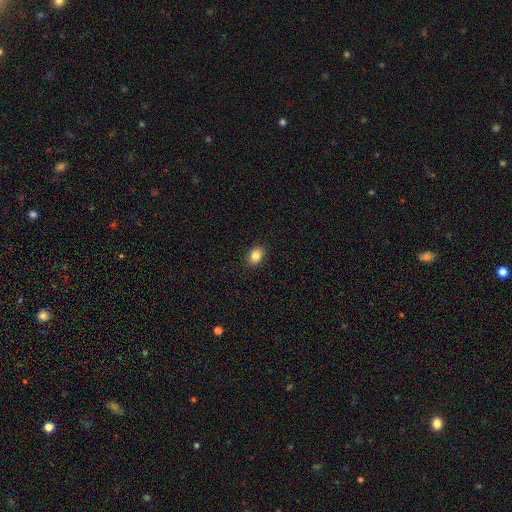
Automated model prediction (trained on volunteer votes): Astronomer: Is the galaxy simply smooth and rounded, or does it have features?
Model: smooth — 85%.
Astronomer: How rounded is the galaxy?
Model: in between — 72%.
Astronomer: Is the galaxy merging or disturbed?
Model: none — 89%.